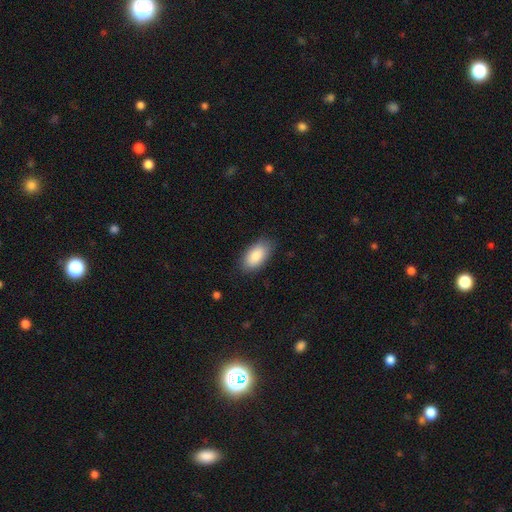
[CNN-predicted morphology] Smooth or featured? smooth (86%)
How rounded? in between (94%)
Merging? none (84%)